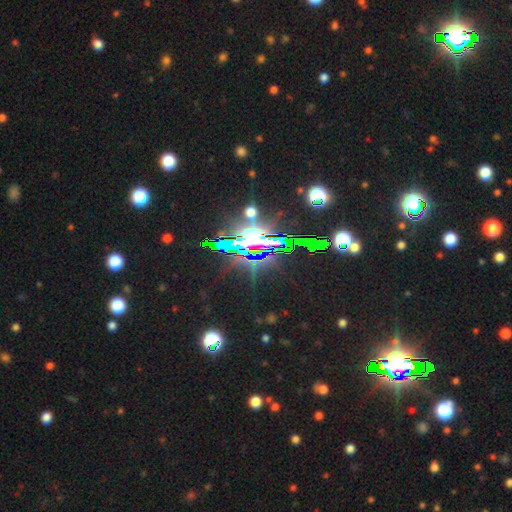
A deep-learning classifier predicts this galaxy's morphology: type=star or artifact (81%).